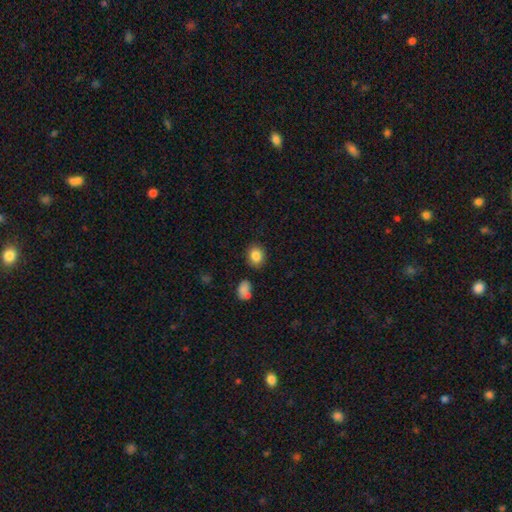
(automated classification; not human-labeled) This appears to be a smooth galaxy with no disk features (85%) that is round (65%). Merging: none (84%).